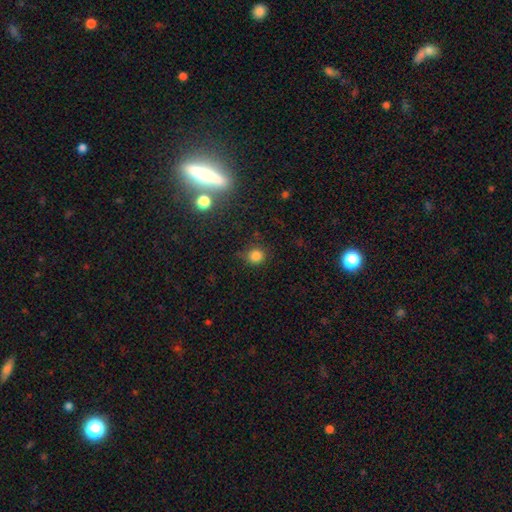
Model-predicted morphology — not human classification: Smooth or featured? smooth (81%)
How rounded? round (89%)
Merging? none (77%)